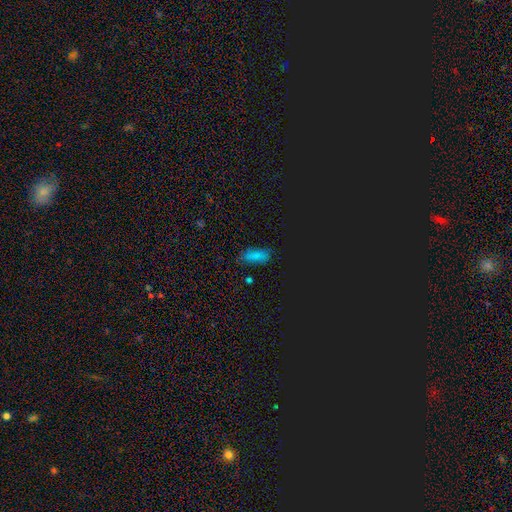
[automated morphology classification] type=smooth (60%); roundness=in between (83%); merging=none (75%).